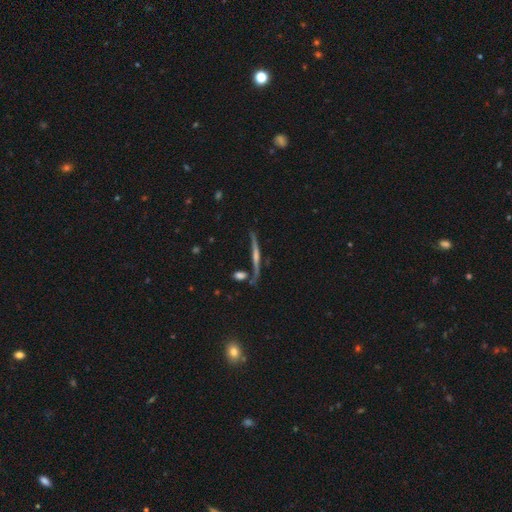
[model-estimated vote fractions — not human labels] This appears to be a featured or disk galaxy (75%) viewed edge-on (97%) with a rounded central bulge (58%). Merging: none (78%).